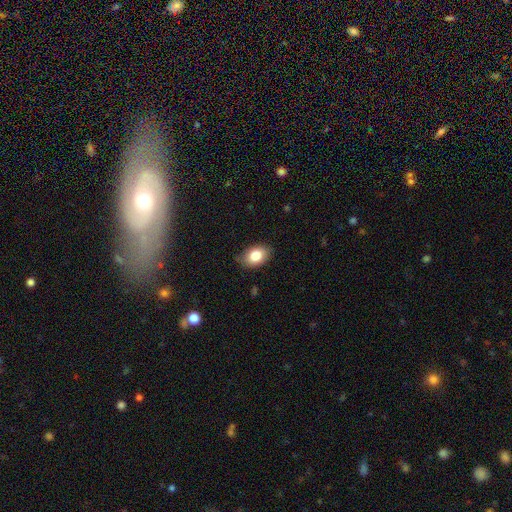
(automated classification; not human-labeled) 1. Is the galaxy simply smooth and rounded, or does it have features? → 82% smooth, 10% featured or disk, 8% star or artifact.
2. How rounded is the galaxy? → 84% in between, 15% round, 1% cigar-shaped.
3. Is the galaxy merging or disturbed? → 79% none, 17% minor disturbance, 3% major disturbance, 1% merger.